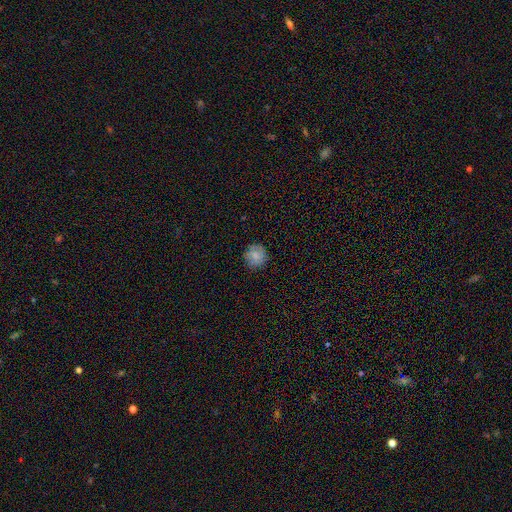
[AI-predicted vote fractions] This is likely a smooth galaxy (78%). How rounded: clearly round (91%). Merging: clearly none (84%).